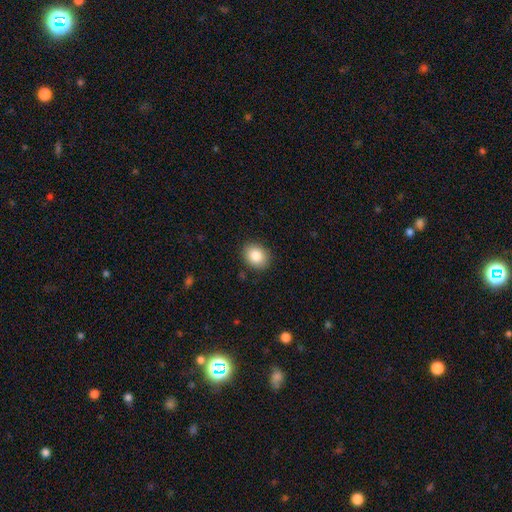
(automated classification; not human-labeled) This is clearly a smooth galaxy (85%). How rounded: possibly round (56%). Merging: clearly none (88%).